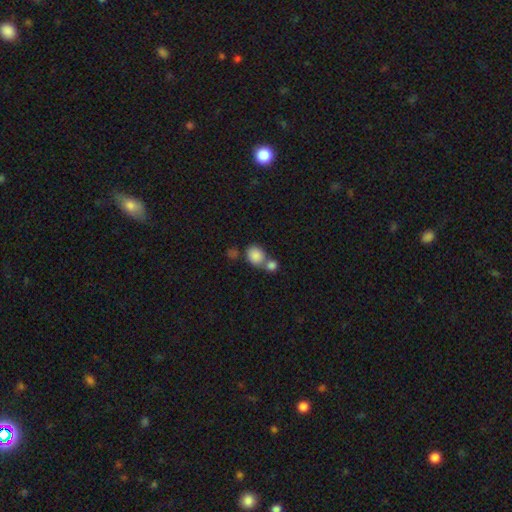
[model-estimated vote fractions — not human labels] Smooth or featured? smooth (84%)
How rounded? round (60%)
Merging? merger (48%)